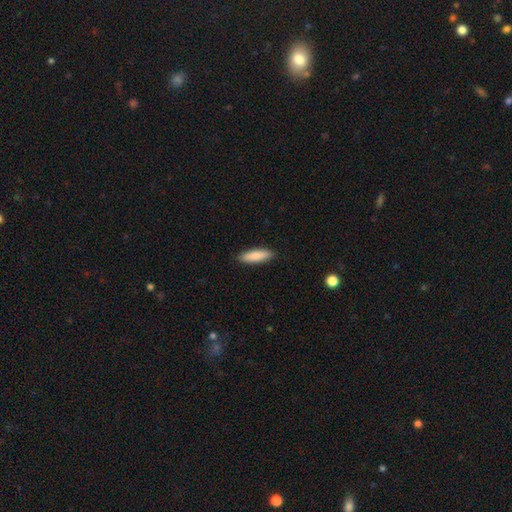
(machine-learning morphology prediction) Overall: smooth (88%). How rounded: cigar-shaped (61%; in between 37%). Merging: none (90%).